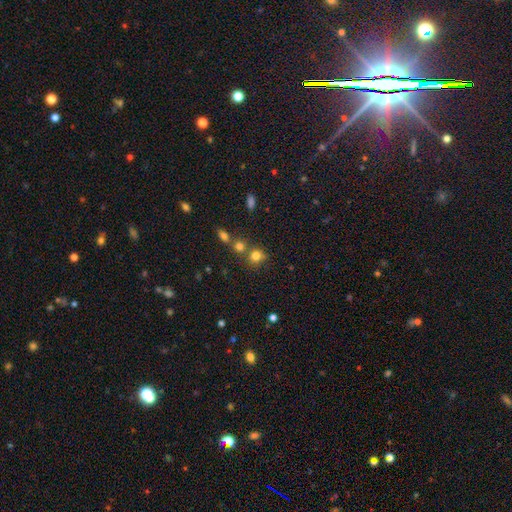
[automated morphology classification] This appears to be a smooth galaxy with no disk features (75%) that is round (85%). Merging: none (59%).